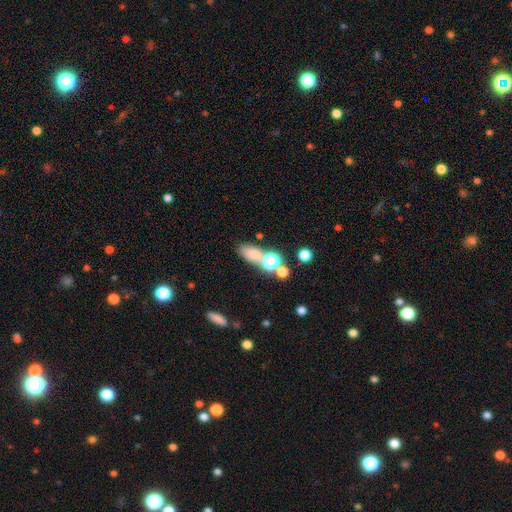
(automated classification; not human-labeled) A smooth galaxy with no disk features (65%) that is in between round and cigar-shaped (64%).

Vote fractions:
- Smooth or featured? smooth: 65% / star or artifact: 21% / featured or disk: 14%
- How rounded? in between: 64% / round: 25% / cigar-shaped: 10%
- Merging? none: 51% / merger: 30% / minor disturbance: 12% / major disturbance: 7%